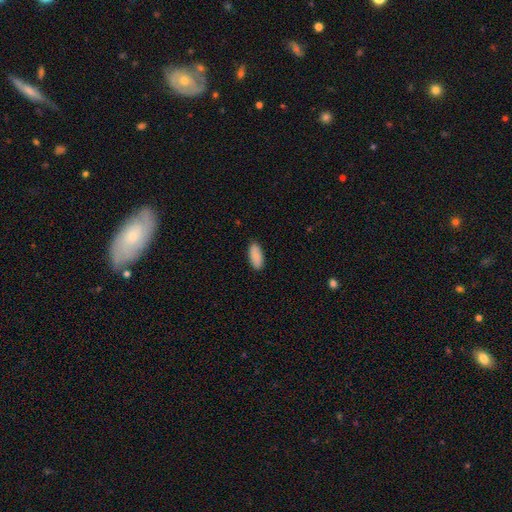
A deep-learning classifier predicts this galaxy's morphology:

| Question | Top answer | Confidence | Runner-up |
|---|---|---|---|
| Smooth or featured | smooth | 87% | featured or disk (7%) |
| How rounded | in between | 85% | cigar-shaped (13%) |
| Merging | none | 88% | minor disturbance (9%) |